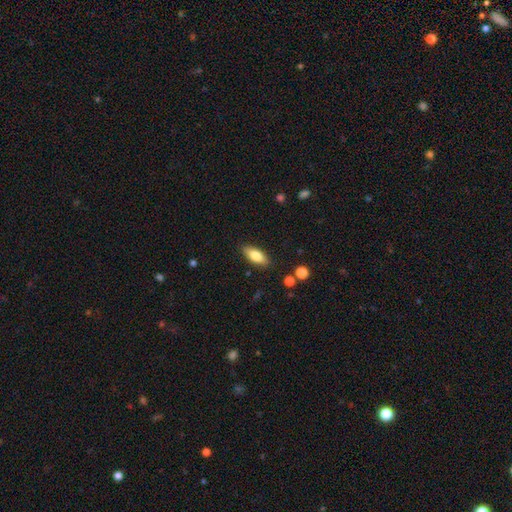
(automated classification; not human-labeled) smooth_or_featured: smooth (p=0.78) [alt: featured or disk p=0.15]
how_rounded: in between (p=0.77) [alt: cigar-shaped p=0.21]
merging: none (p=0.85) [alt: minor disturbance p=0.11]